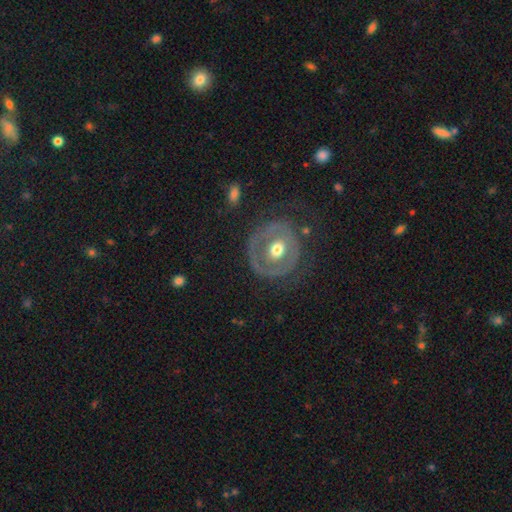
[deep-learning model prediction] The model was most divided on "smooth or featured": featured or disk: 61%, smooth: 30%, star or artifact: 9%. More confident: edge-on disk — no (95%); merging — none (79%); bar — no (75%); spiral arms — no (74%); bulge size — moderate (71%).